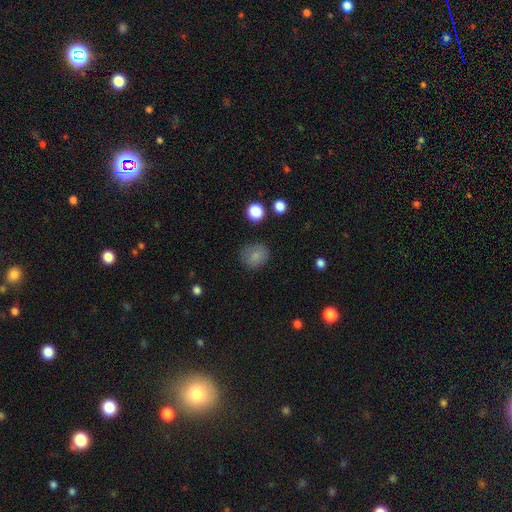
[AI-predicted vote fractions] This is clearly a smooth galaxy (82%). How rounded: likely round (67%). Merging: likely none (76%).